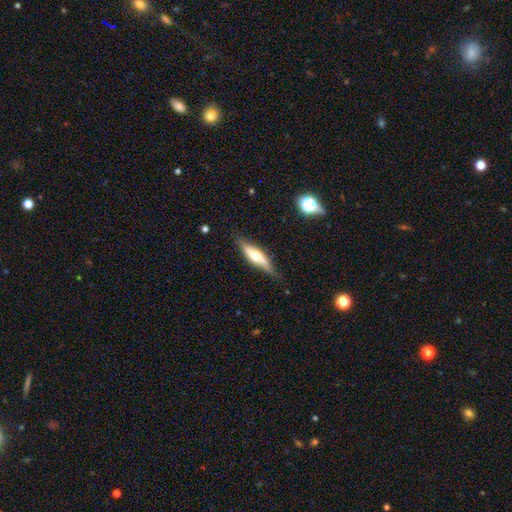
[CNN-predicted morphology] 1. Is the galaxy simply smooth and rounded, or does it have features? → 51% featured or disk, 43% smooth, 6% star or artifact.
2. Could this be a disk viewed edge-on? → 85% yes, 15% no.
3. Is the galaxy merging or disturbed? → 73% none, 21% minor disturbance, 4% major disturbance, 2% merger.